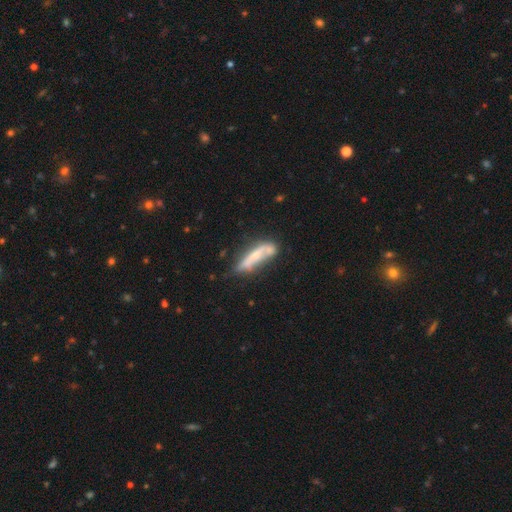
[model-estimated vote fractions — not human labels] Smooth or featured: featured or disk — 47% (smooth — 46%)
Merging: none — 46% (minor disturbance — 27%)